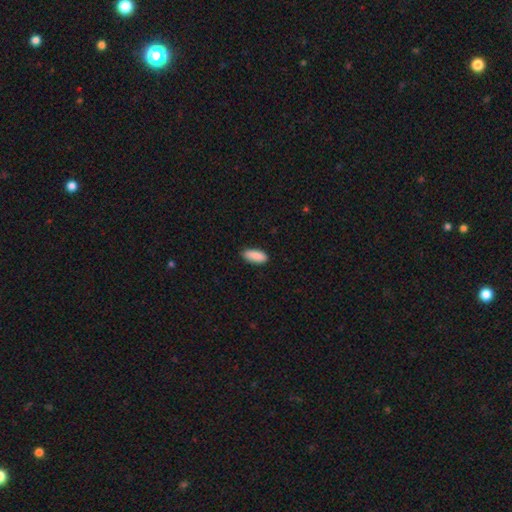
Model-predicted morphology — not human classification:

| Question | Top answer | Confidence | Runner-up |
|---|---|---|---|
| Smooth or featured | smooth | 90% | star or artifact (6%) |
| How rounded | in between | 84% | cigar-shaped (14%) |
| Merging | none | 84% | minor disturbance (13%) |